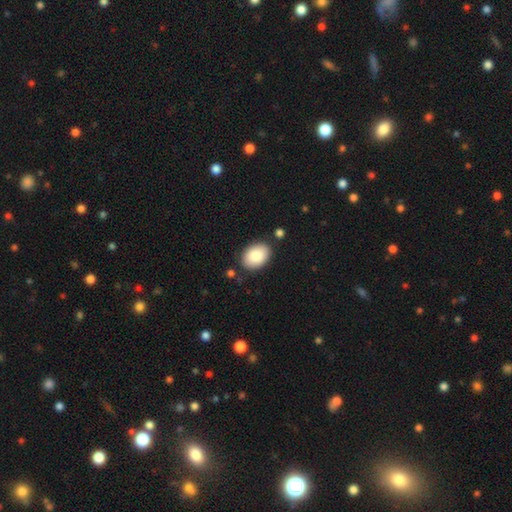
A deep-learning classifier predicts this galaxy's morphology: smooth 85%, featured or disk 8%, star or artifact 7%. Down the decision tree: how rounded — in between (82%); merging — none (84%).